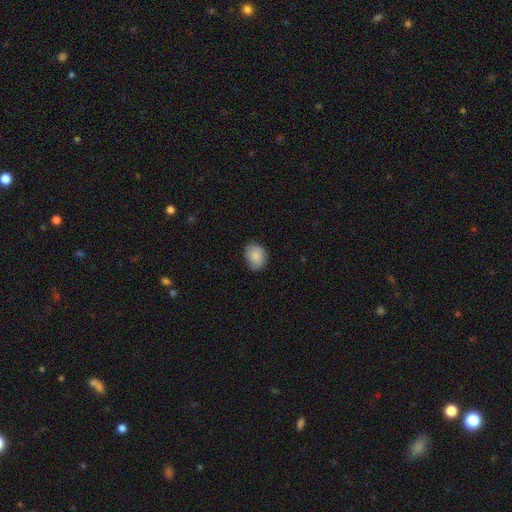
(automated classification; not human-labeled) Morphology: type=smooth (88%); roundness=in between (62%); merging=none (81%).